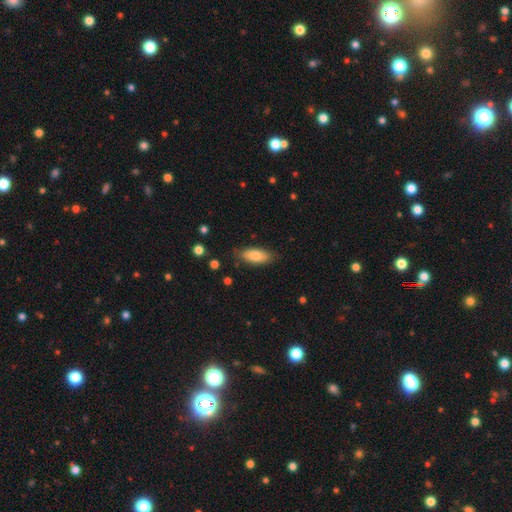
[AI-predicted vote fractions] A smooth galaxy with no disk features (78%) that is in between round and cigar-shaped (81%).

Vote fractions:
- Smooth or featured? smooth: 78% / featured or disk: 16% / star or artifact: 6%
- How rounded? in between: 81% / cigar-shaped: 17% / round: 2%
- Merging? none: 81% / minor disturbance: 15% / major disturbance: 3% / merger: 1%